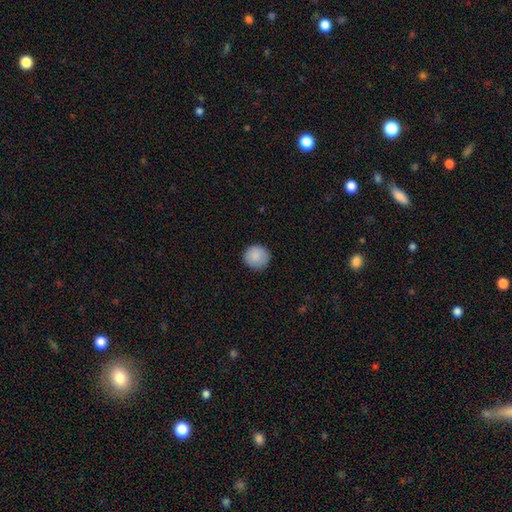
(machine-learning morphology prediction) Q: Smooth or featured?
A: smooth (87%); runner-up: star or artifact (8%)
Q: How rounded?
A: round (92%); runner-up: in between (7%)
Q: Merging?
A: none (88%); runner-up: minor disturbance (9%)